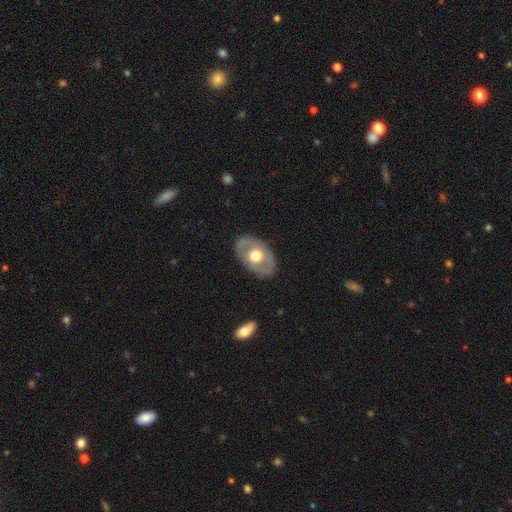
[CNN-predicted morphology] Smooth or featured? featured or disk (55%)
Edge-on disk? no (89%)
Merging? none (82%)